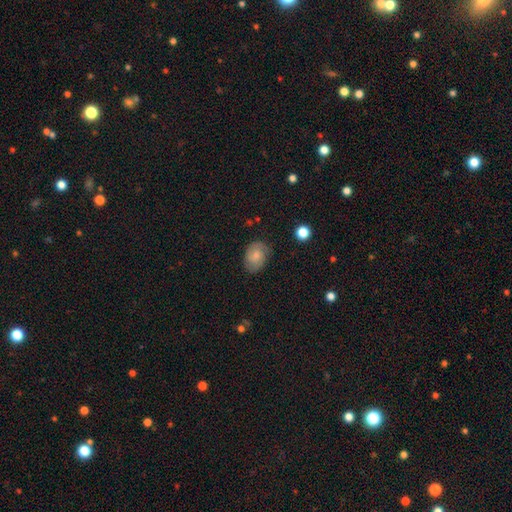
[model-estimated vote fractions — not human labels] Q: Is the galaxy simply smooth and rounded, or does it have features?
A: smooth — 56%.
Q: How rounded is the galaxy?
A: in between — 72%.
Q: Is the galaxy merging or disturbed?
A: none — 75%.